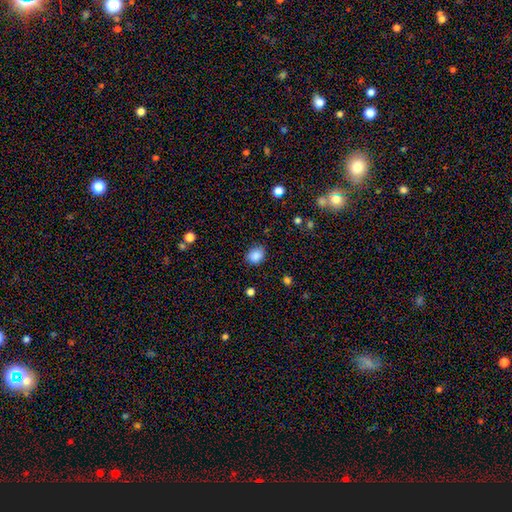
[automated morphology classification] smooth_or_featured: smooth (p=0.86) [alt: star or artifact p=0.09]
how_rounded: round (p=0.55) [alt: in between p=0.45]
merging: none (p=0.77) [alt: minor disturbance p=0.18]